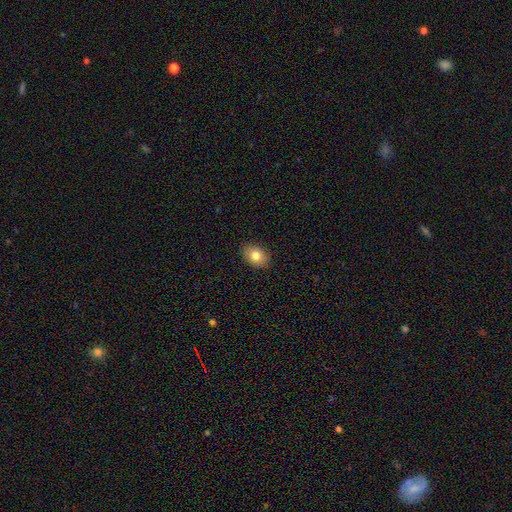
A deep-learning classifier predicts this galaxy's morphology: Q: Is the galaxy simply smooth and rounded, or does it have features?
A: smooth — 82%.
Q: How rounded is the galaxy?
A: in between — 78%.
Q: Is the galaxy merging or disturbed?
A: none — 88%.